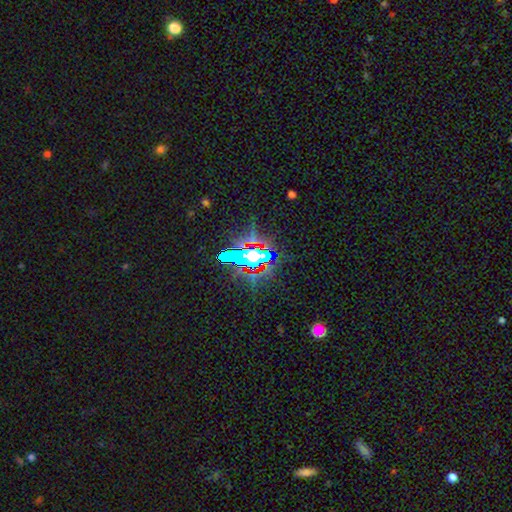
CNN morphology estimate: Q: Smooth or featured?
A: star or artifact (70%); runner-up: featured or disk (15%)